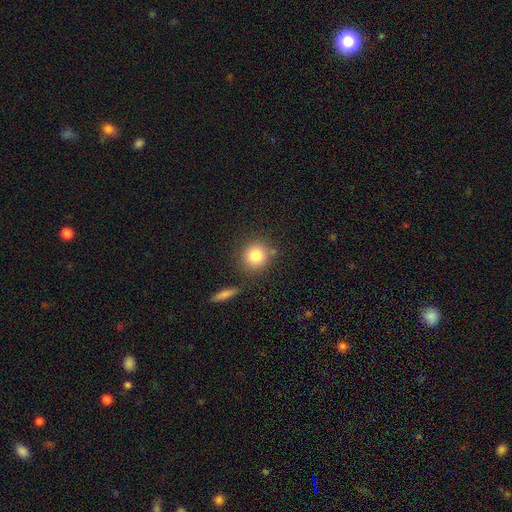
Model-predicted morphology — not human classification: Smooth or featured: smooth — 82% (star or artifact — 10%)
How rounded: round — 88% (in between — 11%)
Merging: none — 77% (minor disturbance — 11%)